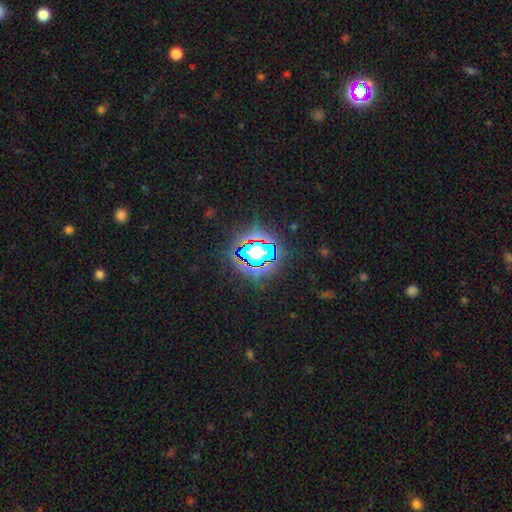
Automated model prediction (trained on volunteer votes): A star or artifact, not a galaxy (67%).

Vote fractions:
- Smooth or featured? star or artifact: 67% / smooth: 20% / featured or disk: 12%